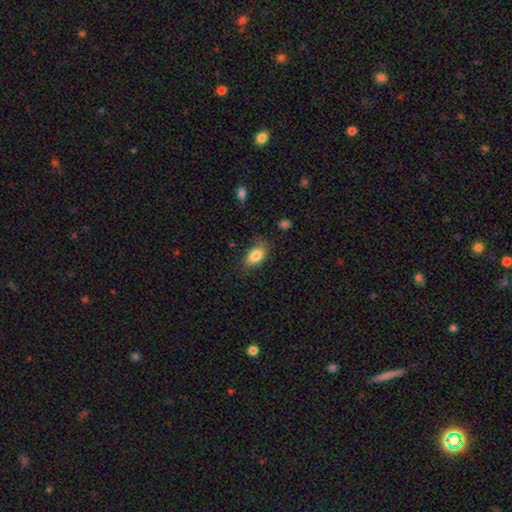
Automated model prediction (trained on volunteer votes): smooth 84%, featured or disk 9%, star or artifact 8%. Down the decision tree: how rounded — in between (89%); merging — none (74%).